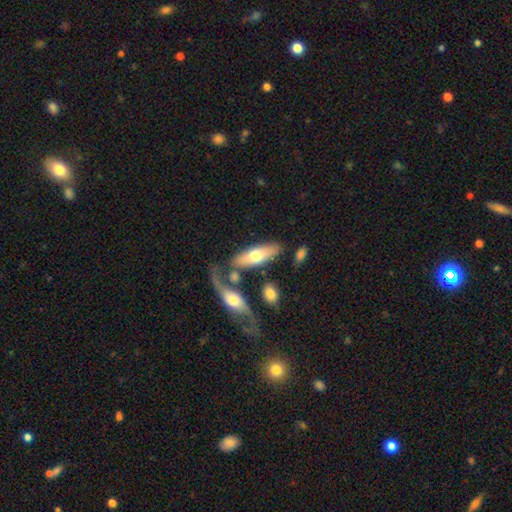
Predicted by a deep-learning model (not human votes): This appears to be a smooth galaxy with no disk features (59%) that is in between round and cigar-shaped (64%). Merging: none (57%).